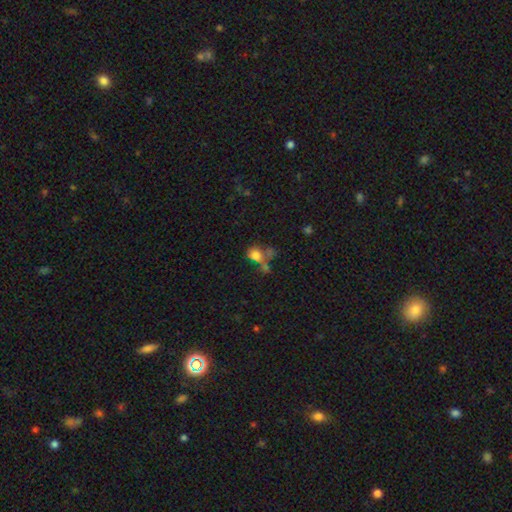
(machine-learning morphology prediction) smooth 75%, star or artifact 13%, featured or disk 12%. Down the decision tree: how rounded — round (57%); merging — none (38%).